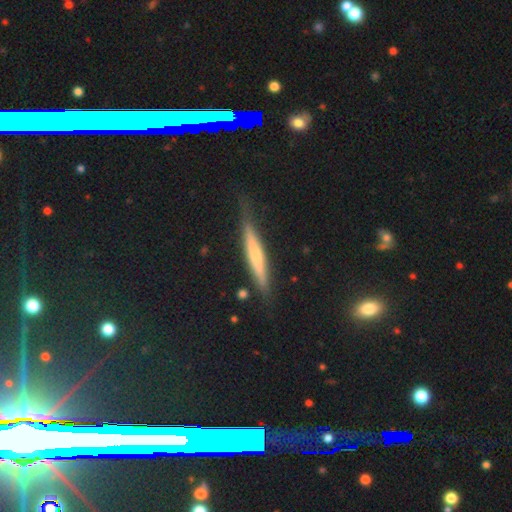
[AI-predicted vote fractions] smooth_or_featured: smooth (p=0.47) [alt: featured or disk p=0.46]
merging: none (p=0.74) [alt: minor disturbance p=0.19]